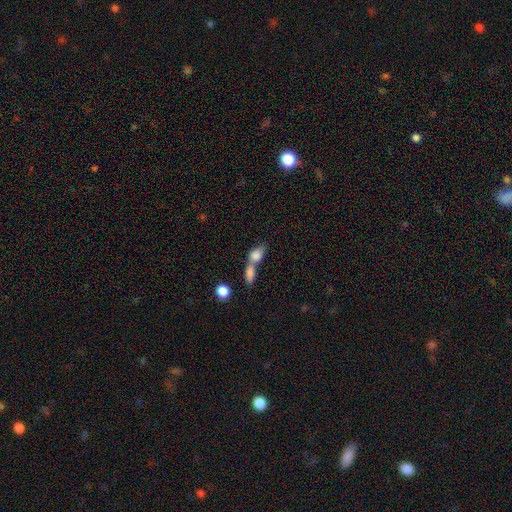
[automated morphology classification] The model was most divided on "merging": merger: 67%, none: 22%, minor disturbance: 7%, major disturbance: 4%. More confident: smooth or featured — smooth (80%); how rounded — in between (79%).